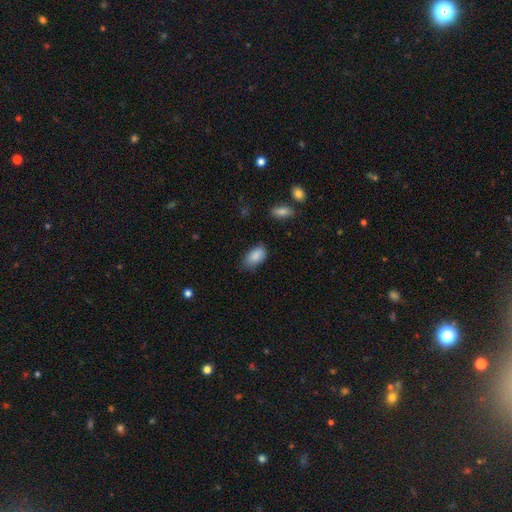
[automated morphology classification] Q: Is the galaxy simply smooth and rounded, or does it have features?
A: smooth — 88%.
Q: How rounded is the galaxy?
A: in between — 93%.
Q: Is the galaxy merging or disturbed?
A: none — 69%.